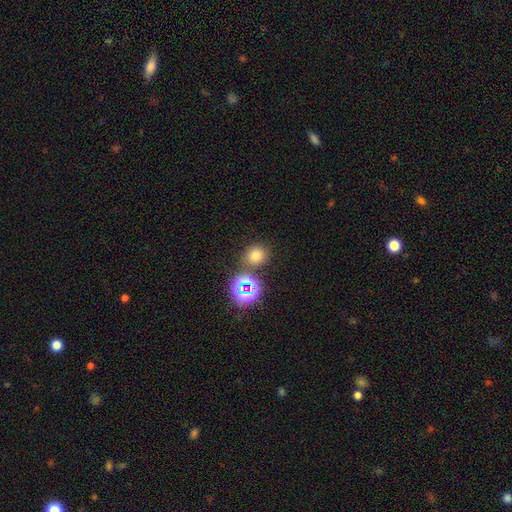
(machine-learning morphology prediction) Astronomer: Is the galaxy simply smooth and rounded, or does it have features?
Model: smooth — 69%.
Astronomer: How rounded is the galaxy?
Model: round — 80%.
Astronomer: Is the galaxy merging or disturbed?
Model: none — 77%.